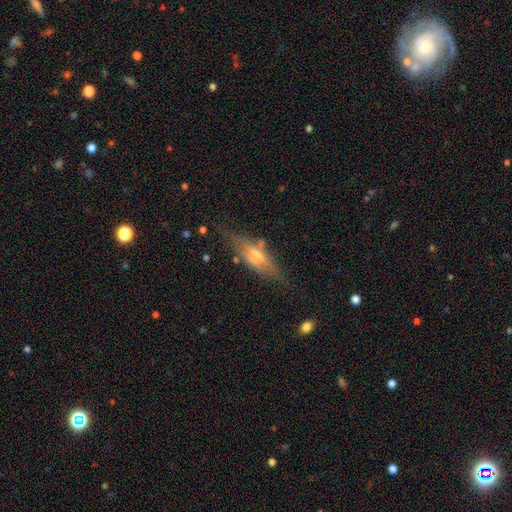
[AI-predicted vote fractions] smooth-or-featured: featured or disk: 63% | smooth: 29% | star or artifact: 8%
  disk-edge-on: yes: 89% | no: 11%
    edge-on-bulge: rounded: 85% | boxy: 9% | none: 6%
  merging: none: 74% | minor disturbance: 17% | major disturbance: 5% | merger: 4%